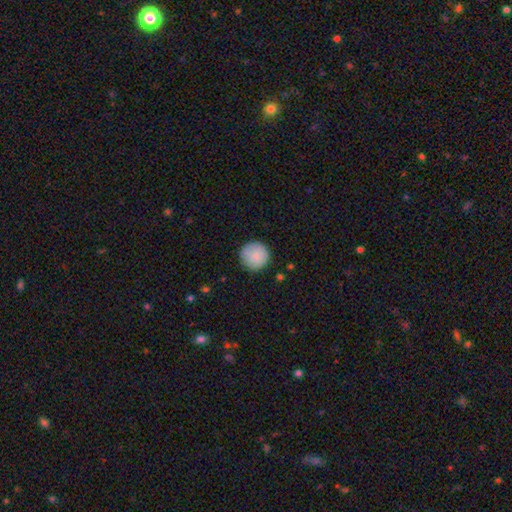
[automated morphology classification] type=smooth (85%); roundness=round (96%); merging=none (88%).